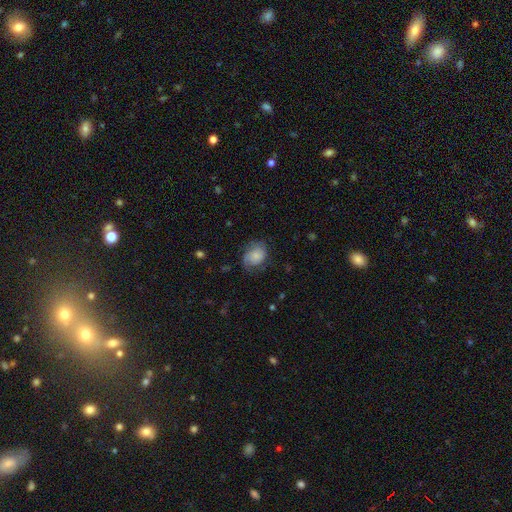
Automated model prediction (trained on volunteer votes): This appears to be a smooth galaxy with no disk features (51%) that is in between round and cigar-shaped (57%). Merging: none (58%).